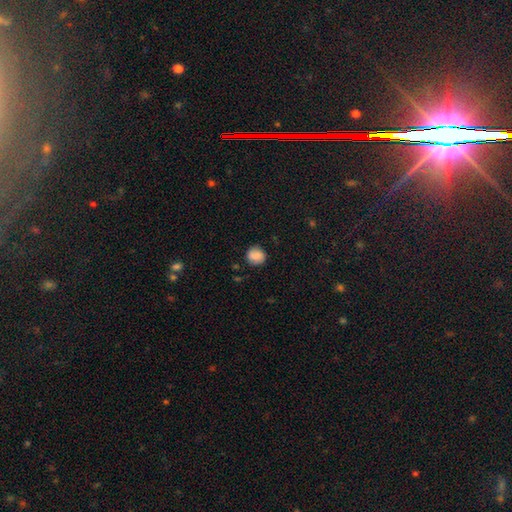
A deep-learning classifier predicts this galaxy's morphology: Q: Smooth or featured?
A: smooth (86%); runner-up: star or artifact (8%)
Q: How rounded?
A: round (83%); runner-up: in between (16%)
Q: Merging?
A: none (84%); runner-up: minor disturbance (12%)